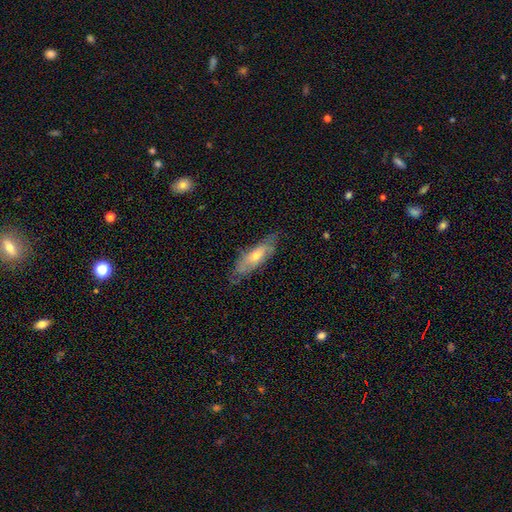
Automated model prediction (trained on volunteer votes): smooth_or_featured: featured or disk (p=0.52) [alt: smooth p=0.41]
disk_edge_on: no (p=0.63) [alt: yes p=0.37]
merging: none (p=0.71) [alt: minor disturbance p=0.22]